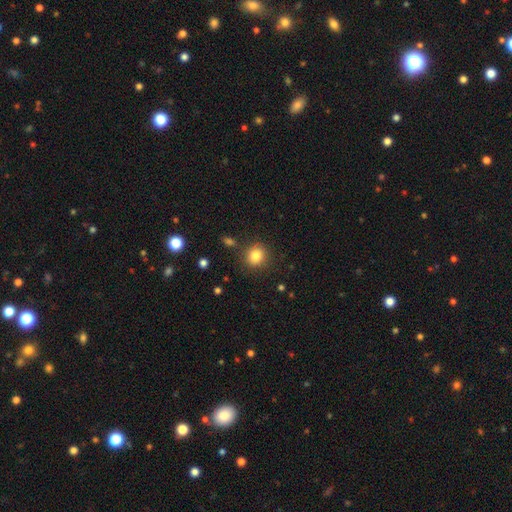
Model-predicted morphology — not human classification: type=smooth (83%); roundness=round (85%); merging=none (86%).